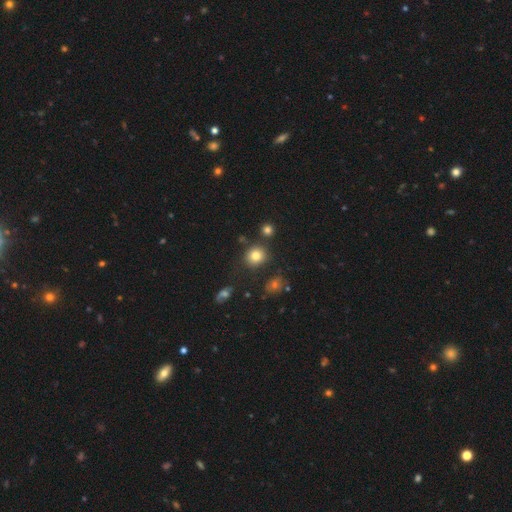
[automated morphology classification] smooth_or_featured: smooth (p=0.79) [alt: star or artifact p=0.13]
how_rounded: round (p=0.83) [alt: in between p=0.16]
merging: none (p=0.81) [alt: minor disturbance p=0.09]